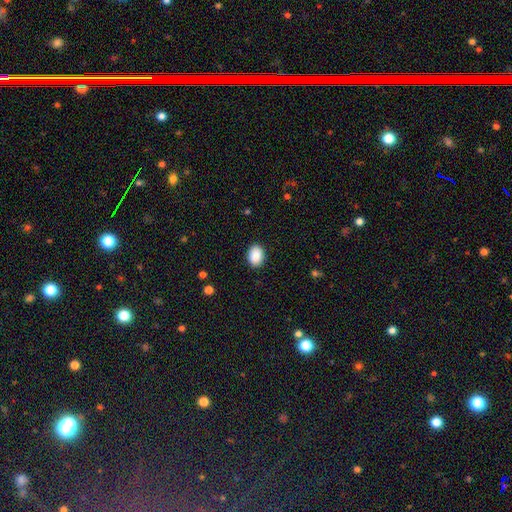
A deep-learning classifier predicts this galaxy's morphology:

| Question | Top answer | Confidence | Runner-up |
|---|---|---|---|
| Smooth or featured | smooth | 89% | star or artifact (7%) |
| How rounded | in between | 75% | round (24%) |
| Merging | none | 89% | minor disturbance (8%) |